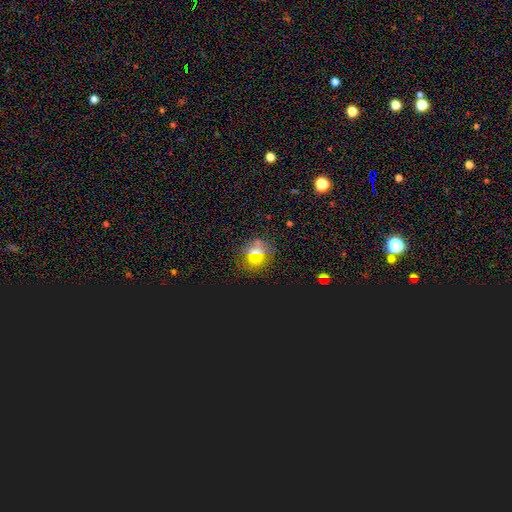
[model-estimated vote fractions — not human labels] Smooth or featured?
  - smooth: 55% *
  - star or artifact: 35%
  - featured or disk: 10%
How rounded?
  - round: 79% *
  - in between: 18%
  - cigar-shaped: 3%
Merging?
  - none: 81% *
  - minor disturbance: 10%
  - merger: 5%
  - major disturbance: 4%